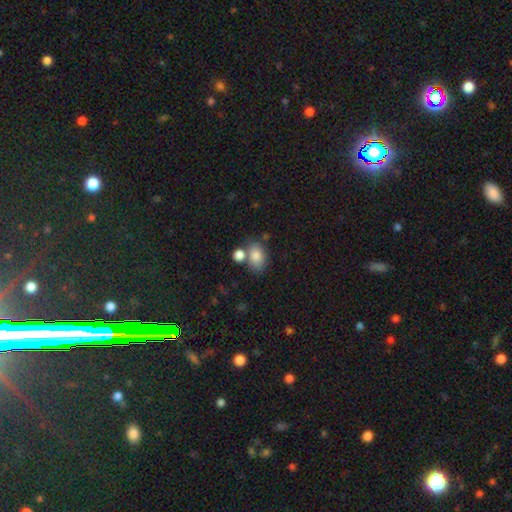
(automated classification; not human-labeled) A smooth galaxy with no disk features (83%) that is in between round and cigar-shaped (76%).

Vote fractions:
- Smooth or featured? smooth: 83% / star or artifact: 9% / featured or disk: 9%
- How rounded? in between: 76% / round: 23% / cigar-shaped: 1%
- Merging? none: 55% / merger: 26% / minor disturbance: 14% / major disturbance: 5%